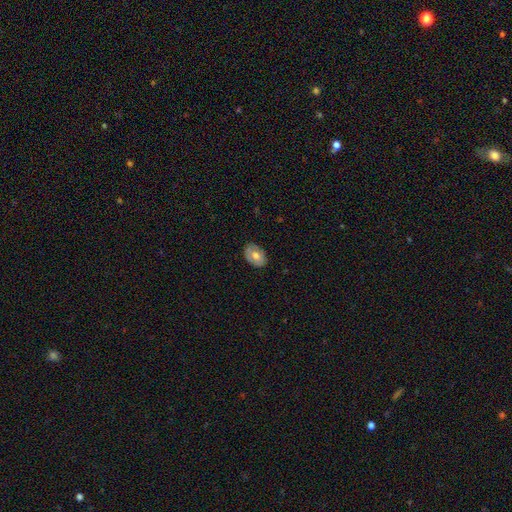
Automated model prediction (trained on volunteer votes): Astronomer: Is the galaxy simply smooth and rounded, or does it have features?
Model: smooth — 61%.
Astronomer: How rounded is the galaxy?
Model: in between — 80%.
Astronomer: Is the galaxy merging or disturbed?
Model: none — 81%.